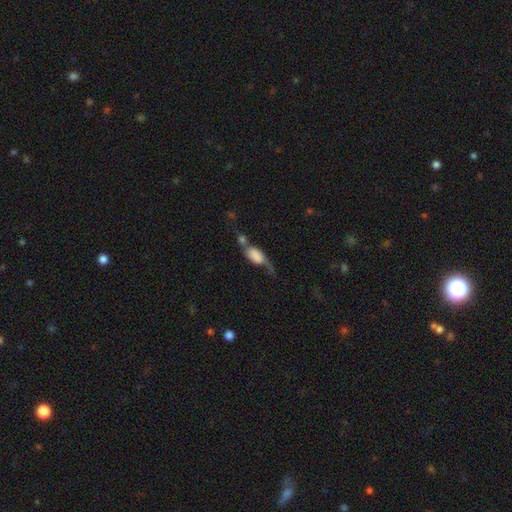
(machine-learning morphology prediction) smooth_or_featured: smooth (p=0.61) [alt: featured or disk p=0.31]
how_rounded: in between (p=0.79) [alt: cigar-shaped p=0.12]
merging: merger (p=0.40) [alt: major disturbance p=0.23]